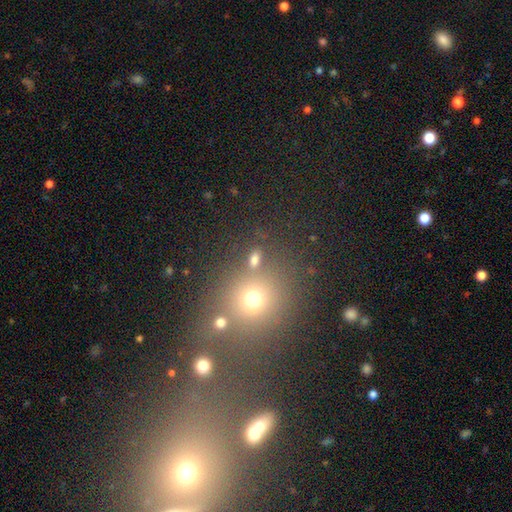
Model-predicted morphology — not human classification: smooth-or-featured: smooth: 63% | star or artifact: 26% | featured or disk: 11%
  how-rounded: round: 59% | in between: 38% | cigar-shaped: 4%
  merging: none: 72% | merger: 14% | minor disturbance: 10% | major disturbance: 5%